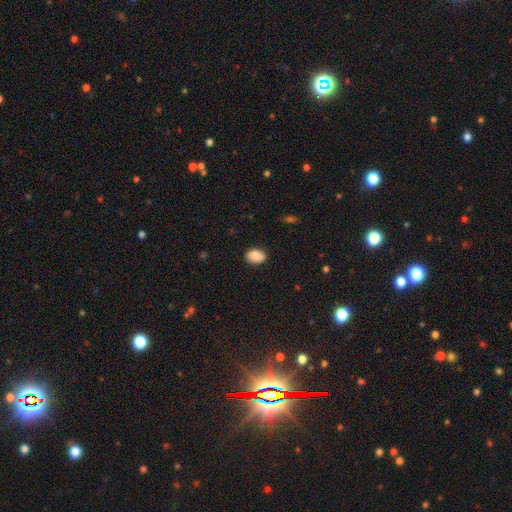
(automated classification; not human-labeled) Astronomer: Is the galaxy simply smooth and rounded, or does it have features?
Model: smooth — 83%.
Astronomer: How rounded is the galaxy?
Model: in between — 72%.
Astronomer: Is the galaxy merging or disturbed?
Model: none — 86%.